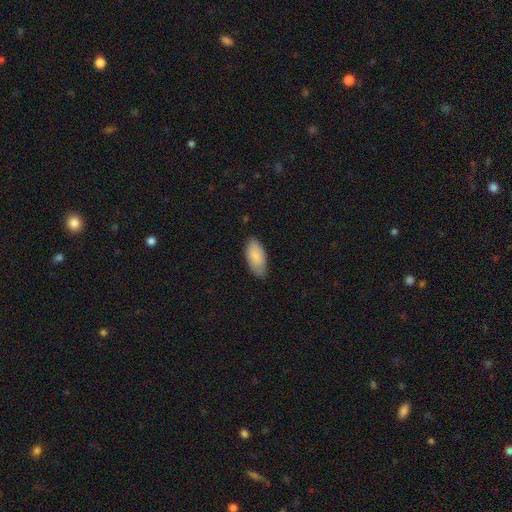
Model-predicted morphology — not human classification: Overall: smooth (86%). How rounded: in between (92%). Merging: none (78%).